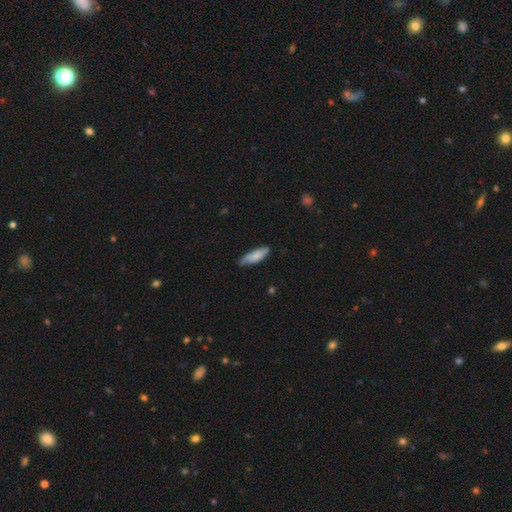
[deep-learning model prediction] A smooth galaxy with no disk features (77%) that is in between round and cigar-shaped (50%).

Vote fractions:
- Smooth or featured? smooth: 77% / featured or disk: 17% / star or artifact: 6%
- How rounded? in between: 50% / cigar-shaped: 49% / round: 2%
- Merging? none: 66% / minor disturbance: 27% / major disturbance: 5% / merger: 2%